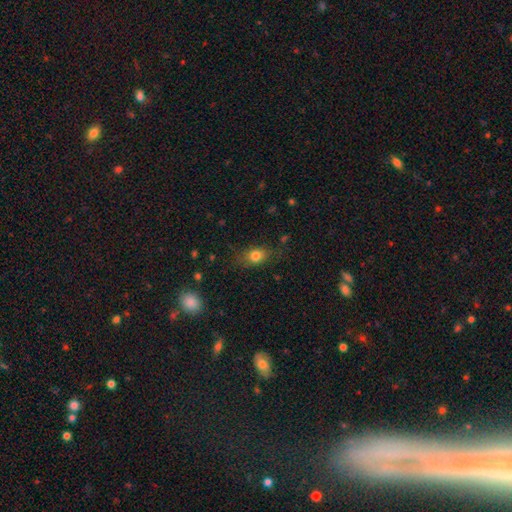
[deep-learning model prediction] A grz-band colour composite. It shows a smooth galaxy with no disk features (79%) that is in between round and cigar-shaped (63%). Merging: none (75%).